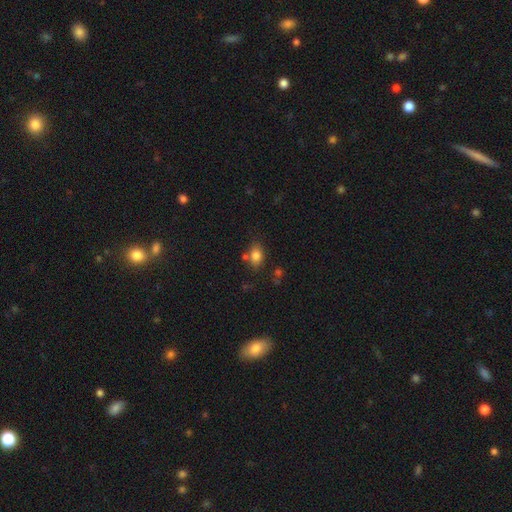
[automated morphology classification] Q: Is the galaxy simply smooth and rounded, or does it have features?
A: smooth — 81%.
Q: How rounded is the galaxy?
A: in between — 74%.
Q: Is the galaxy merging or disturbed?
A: none — 69%.